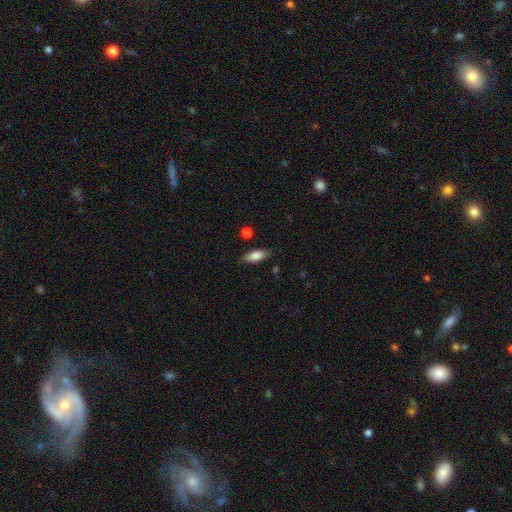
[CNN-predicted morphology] A smooth galaxy with no disk features (80%) that is in between round and cigar-shaped (73%).

Vote fractions:
- Smooth or featured? smooth: 80% / featured or disk: 13% / star or artifact: 7%
- How rounded? in between: 73% / cigar-shaped: 25% / round: 3%
- Merging? none: 83% / minor disturbance: 12% / major disturbance: 3% / merger: 2%